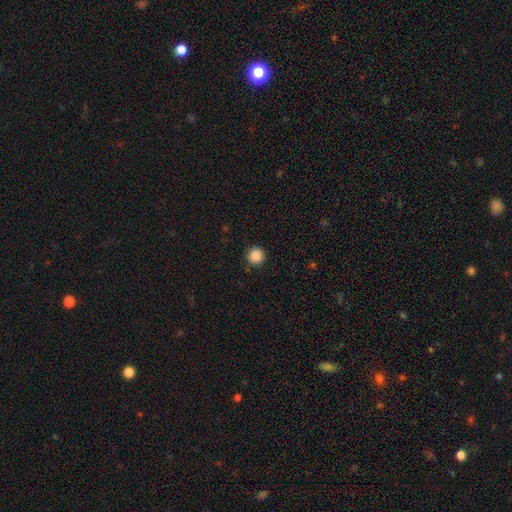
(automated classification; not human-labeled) smooth 87%, star or artifact 10%, featured or disk 3%. Down the decision tree: how rounded — round (96%); merging — none (91%).